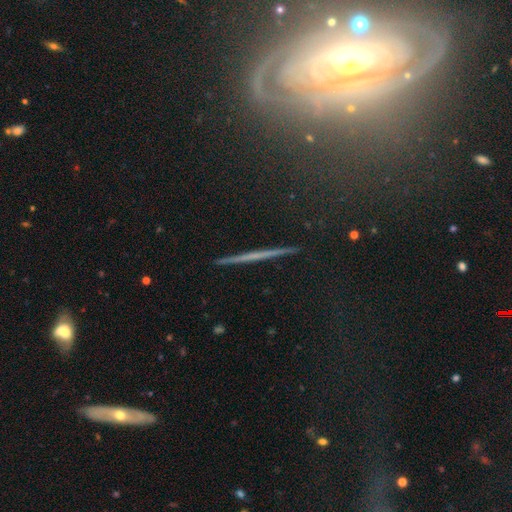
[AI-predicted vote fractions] smooth_or_featured: featured or disk (p=0.55) [alt: smooth p=0.23]
disk_edge_on: yes (p=0.95) [alt: no p=0.05]
edge_on_bulge: none (p=0.73) [alt: rounded p=0.19]
merging: none (p=0.91) [alt: minor disturbance p=0.05]